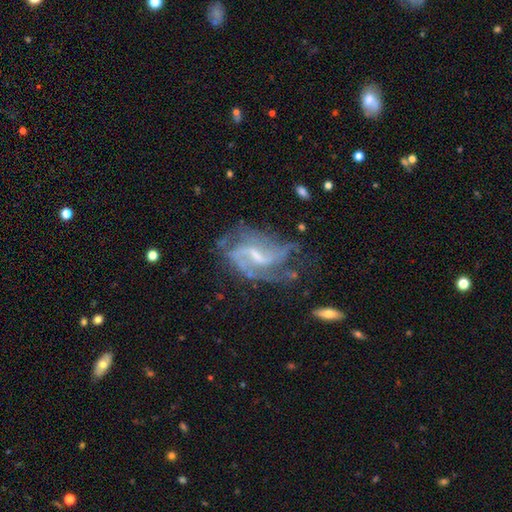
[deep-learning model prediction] Smooth or featured? Predicted: featured or disk (p=0.84). Edge-on disk? Predicted: no (p=0.97). Bar? Predicted: weak (p=0.54). Spiral arms? Predicted: yes (p=0.90). Spiral winding? Predicted: medium (p=0.44). Spiral arm count? Predicted: 2 (p=0.48). Bulge size? Predicted: small (p=0.52). Merging? Predicted: none (p=0.46).